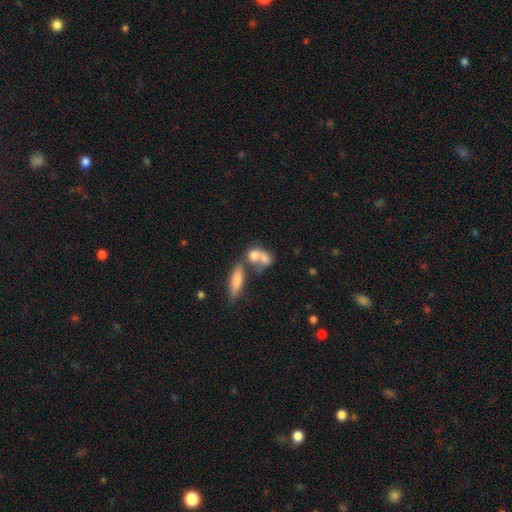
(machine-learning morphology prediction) Smooth or featured?
  - smooth: 50% *
  - featured or disk: 27%
  - star or artifact: 22%
How rounded?
  - in between: 59% *
  - cigar-shaped: 24%
  - round: 17%
Merging?
  - none: 44% *
  - merger: 39%
  - minor disturbance: 10%
  - major disturbance: 7%